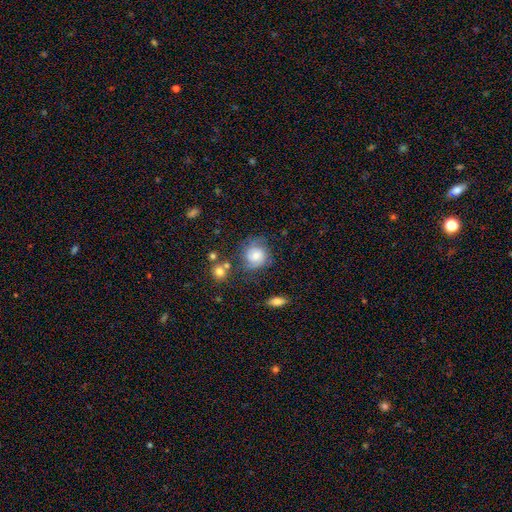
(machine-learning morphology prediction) smooth-or-featured: smooth: 49% | featured or disk: 41% | star or artifact: 10%
  merging: none: 62% | minor disturbance: 23% | major disturbance: 11% | merger: 5%